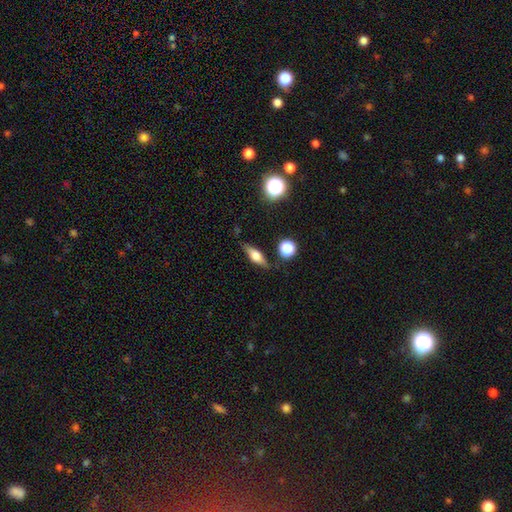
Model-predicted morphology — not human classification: A featured or disk galaxy (46%).

Vote fractions:
- Smooth or featured? featured or disk: 46% / smooth: 45% / star or artifact: 9%
- Merging? none: 80% / minor disturbance: 14% / major disturbance: 4% / merger: 3%